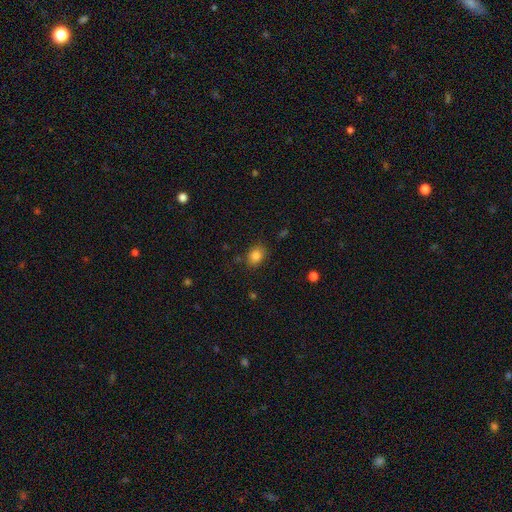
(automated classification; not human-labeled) smooth-or-featured: smooth: 83% | star or artifact: 11% | featured or disk: 6%
  how-rounded: round: 50% | in between: 49% | cigar-shaped: 1%
  merging: none: 80% | minor disturbance: 14% | major disturbance: 4% | merger: 2%